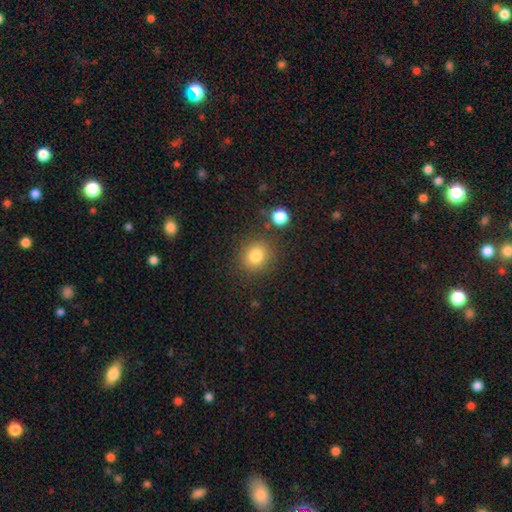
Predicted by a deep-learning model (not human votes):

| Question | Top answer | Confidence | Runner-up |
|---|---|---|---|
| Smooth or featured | smooth | 82% | star or artifact (11%) |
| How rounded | round | 82% | in between (17%) |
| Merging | none | 82% | minor disturbance (9%) |